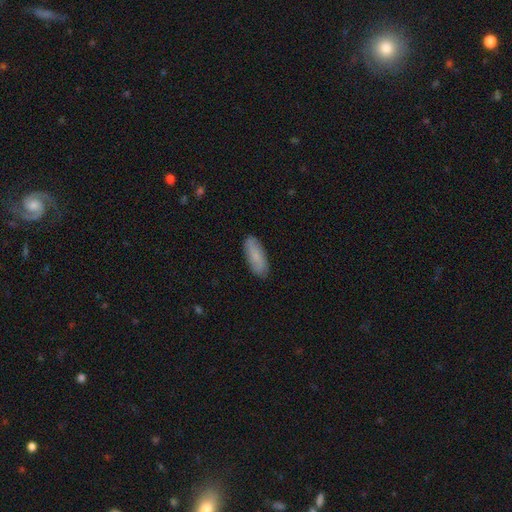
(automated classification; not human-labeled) smooth-or-featured: smooth: 79% | featured or disk: 15% | star or artifact: 6%
  how-rounded: in between: 67% | cigar-shaped: 31% | round: 2%
  merging: none: 86% | minor disturbance: 11% | major disturbance: 2% | merger: 1%